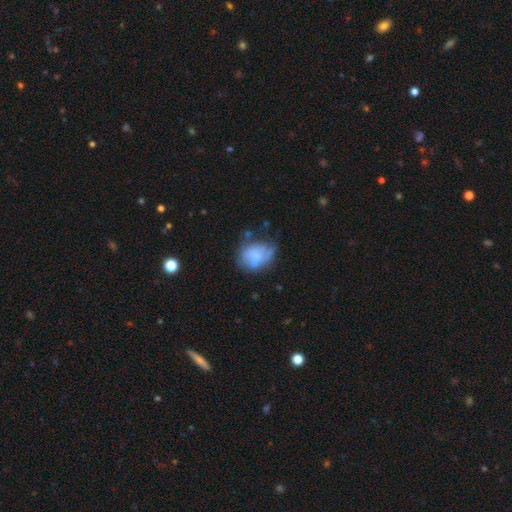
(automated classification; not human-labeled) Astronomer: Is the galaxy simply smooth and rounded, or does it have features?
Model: smooth — 53% (runner-up: featured or disk, 38%).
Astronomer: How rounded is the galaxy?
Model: round — 54% (runner-up: in between, 45%).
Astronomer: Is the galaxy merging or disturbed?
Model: none — 44% (runner-up: minor disturbance, 31%).